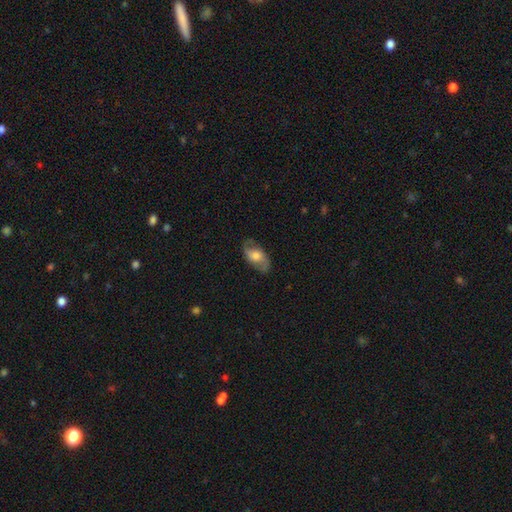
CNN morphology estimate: This is possibly a featured or disk galaxy (52%). It is clearly not viewed edge-on (91%). Merging: likely none (77%).